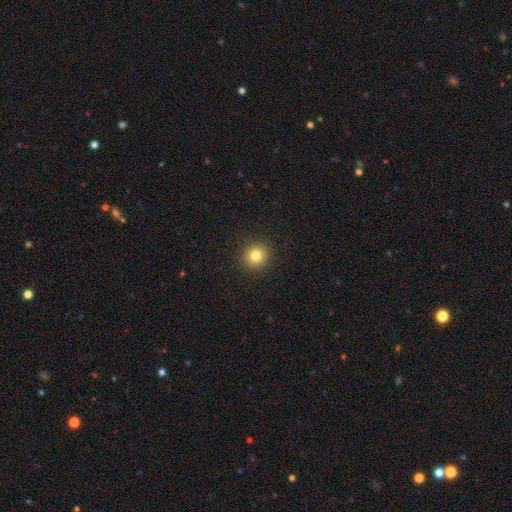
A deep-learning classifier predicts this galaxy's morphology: type=smooth (82%); roundness=round (89%); merging=none (92%).